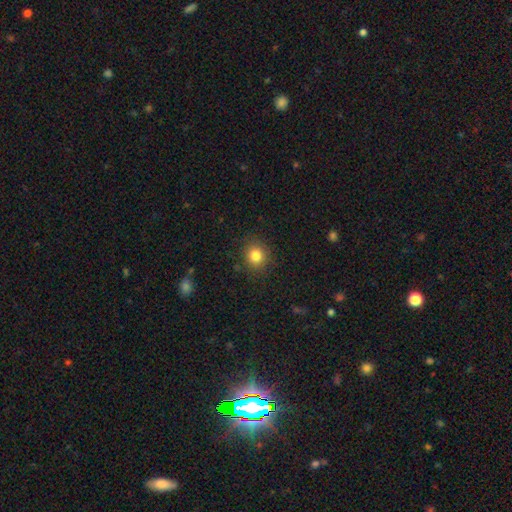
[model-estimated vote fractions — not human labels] This appears to be a smooth galaxy with no disk features (83%) that is round (83%). Merging: none (88%).